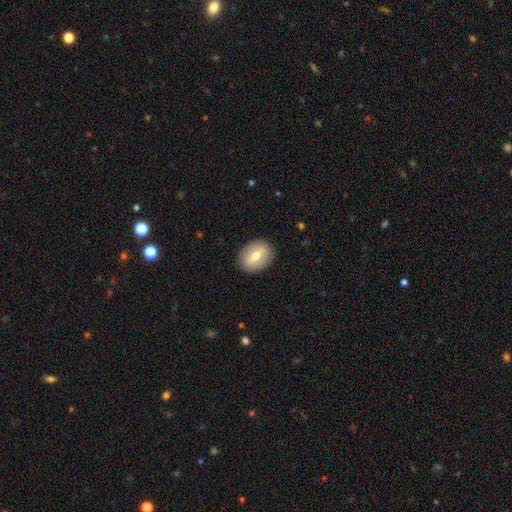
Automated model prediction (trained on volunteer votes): smooth_or_featured: smooth (p=0.54) [alt: featured or disk p=0.39]
how_rounded: in between (p=0.59) [alt: round p=0.39]
merging: none (p=0.88) [alt: minor disturbance p=0.09]